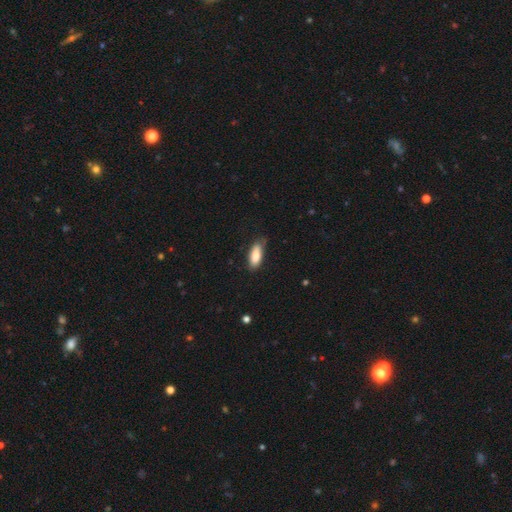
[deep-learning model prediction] smooth 83%, featured or disk 11%, star or artifact 6%. Down the decision tree: how rounded — in between (75%); merging — none (71%).